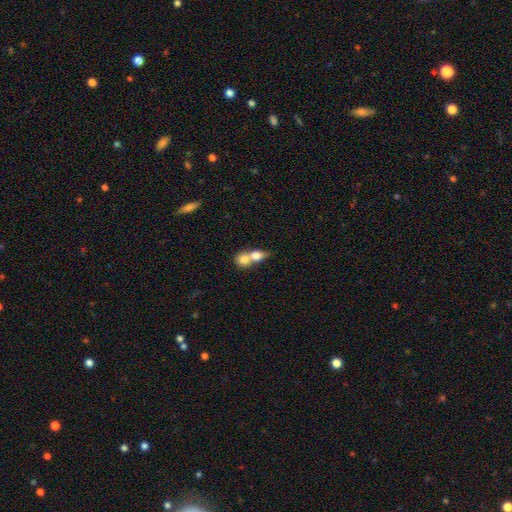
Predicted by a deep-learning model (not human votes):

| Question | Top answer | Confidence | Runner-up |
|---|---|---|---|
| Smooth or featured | smooth | 73% | featured or disk (20%) |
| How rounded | round | 51% | in between (44%) |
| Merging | merger | 76% | none (17%) |